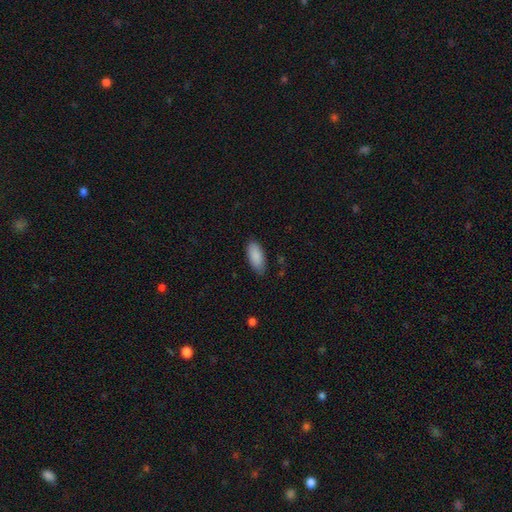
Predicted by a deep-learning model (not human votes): Smooth or featured?
  - smooth: 89% *
  - star or artifact: 6%
  - featured or disk: 5%
How rounded?
  - in between: 89% *
  - cigar-shaped: 10%
  - round: 2%
Merging?
  - none: 81% *
  - minor disturbance: 15%
  - major disturbance: 3%
  - merger: 1%